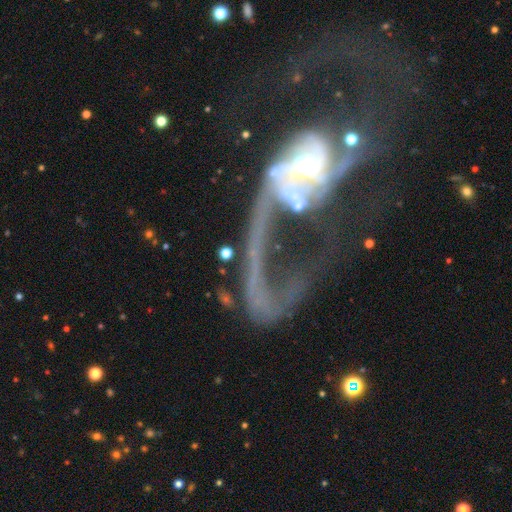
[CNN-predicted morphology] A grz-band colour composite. It shows a featured or disk galaxy (74%) with no bar (60%), spiral arms (65%) and a moderate central bulge (52%). Merging: major disturbance (53%).